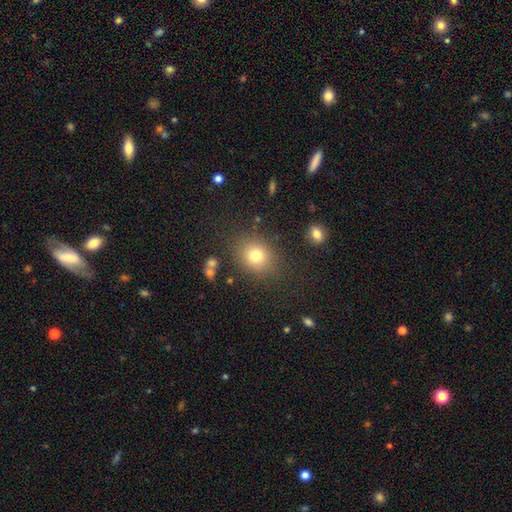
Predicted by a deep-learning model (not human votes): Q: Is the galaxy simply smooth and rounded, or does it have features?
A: smooth — 77%.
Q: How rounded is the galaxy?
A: round — 64%.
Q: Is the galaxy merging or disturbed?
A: none — 81%.